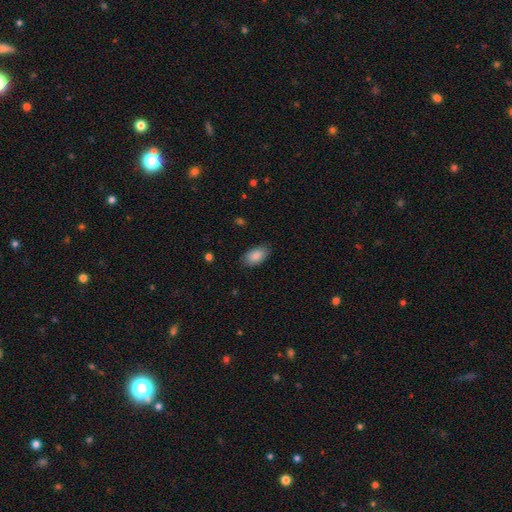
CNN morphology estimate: type=smooth (88%); roundness=in between (93%); merging=none (83%).